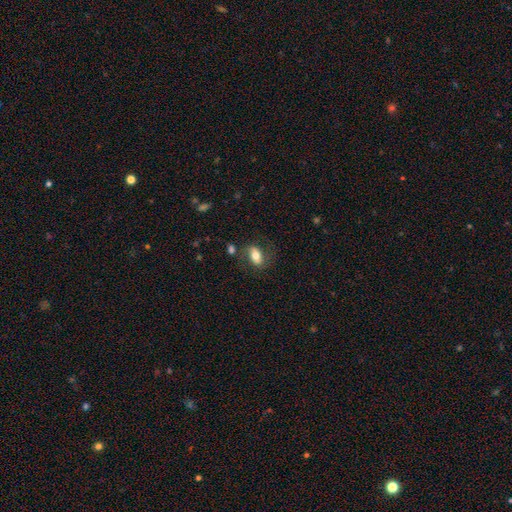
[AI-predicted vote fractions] smooth_or_featured: smooth (p=0.68) [alt: featured or disk p=0.24]
how_rounded: in between (p=0.87) [alt: round p=0.09]
merging: none (p=0.67) [alt: minor disturbance p=0.18]